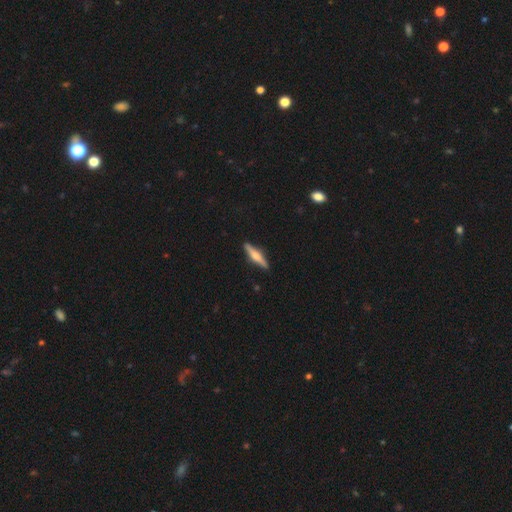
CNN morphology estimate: Smooth or featured: featured or disk — 54% (smooth — 40%)
Edge-on disk: yes — 96% (no — 4%)
Edge-on bulge: rounded — 81% (boxy — 12%)
Merging: none — 90% (minor disturbance — 8%)